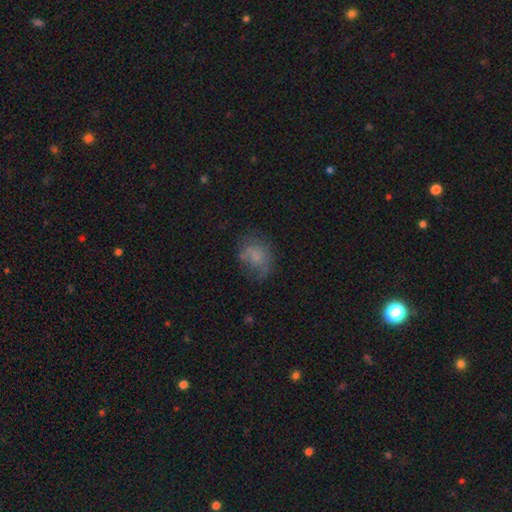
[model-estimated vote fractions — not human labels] Morphology: type=smooth (64%); roundness=in between (58%); merging=none (51%).